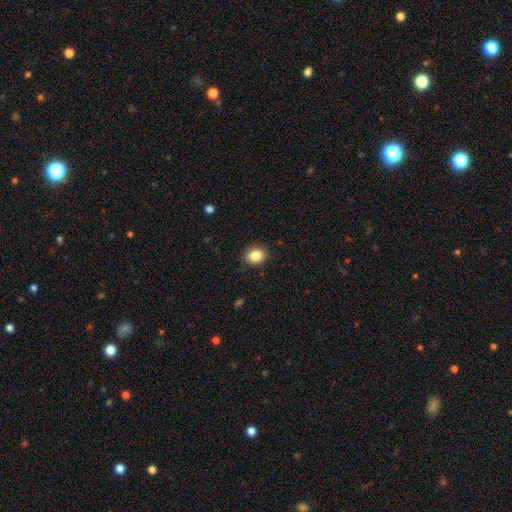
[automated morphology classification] Smooth or featured: smooth — 86% (star or artifact — 9%)
How rounded: round — 52% (in between — 47%)
Merging: none — 88% (minor disturbance — 9%)